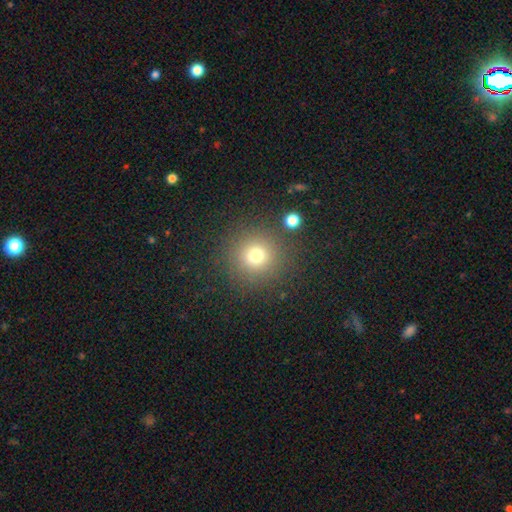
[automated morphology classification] This is likely a smooth galaxy (73%). How rounded: clearly round (94%). Merging: clearly none (86%).